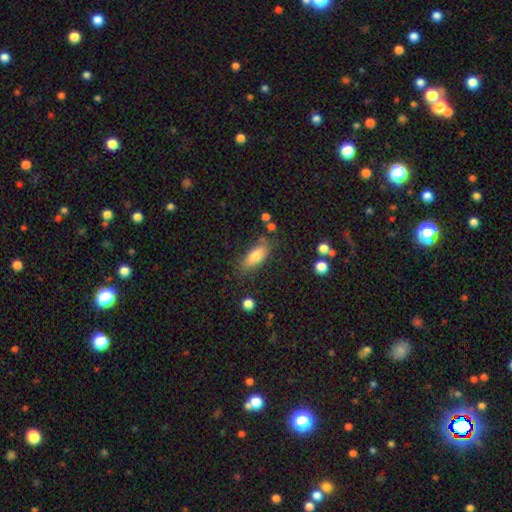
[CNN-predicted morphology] type=smooth (78%); roundness=in between (76%); merging=none (71%).